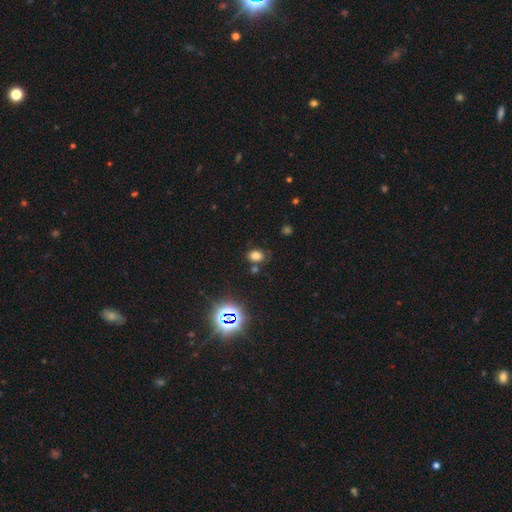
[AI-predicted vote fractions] This appears to be a smooth galaxy with no disk features (70%) that is in between round and cigar-shaped (67%). Merging: none (67%).